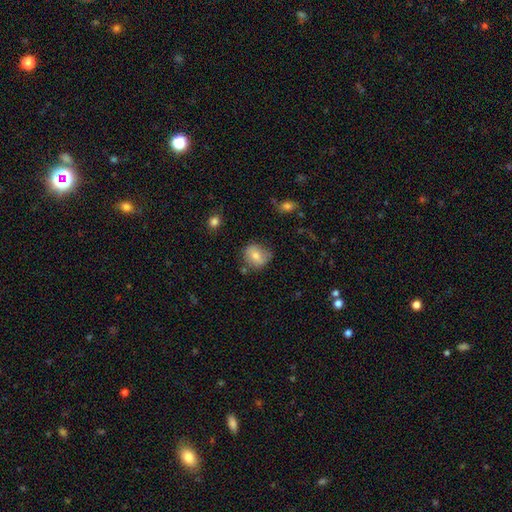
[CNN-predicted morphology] This appears to be a smooth galaxy with no disk features (67%) that is round (67%). Merging: none (69%).